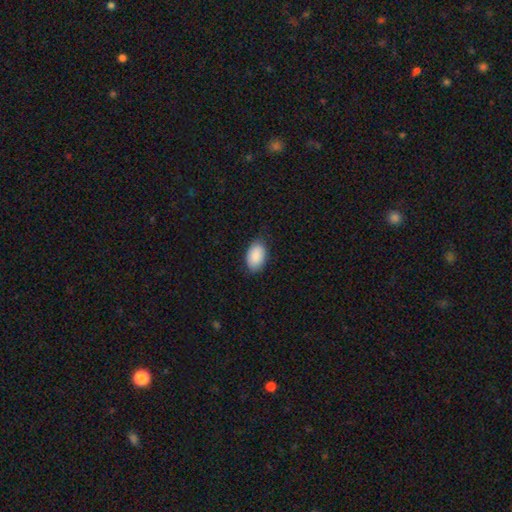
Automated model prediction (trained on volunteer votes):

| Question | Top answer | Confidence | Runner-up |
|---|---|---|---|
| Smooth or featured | smooth | 90% | star or artifact (6%) |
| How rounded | in between | 93% | round (6%) |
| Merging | none | 81% | minor disturbance (16%) |